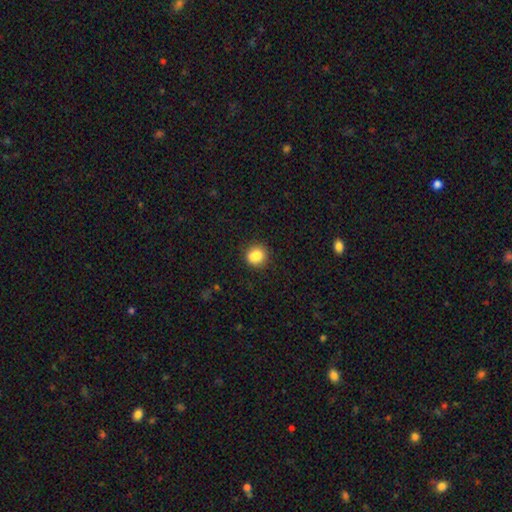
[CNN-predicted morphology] Smooth or featured?
  - smooth: 84% *
  - star or artifact: 10%
  - featured or disk: 6%
How rounded?
  - round: 70% *
  - in between: 29%
  - cigar-shaped: 1%
Merging?
  - none: 80% *
  - minor disturbance: 13%
  - merger: 4%
  - major disturbance: 3%